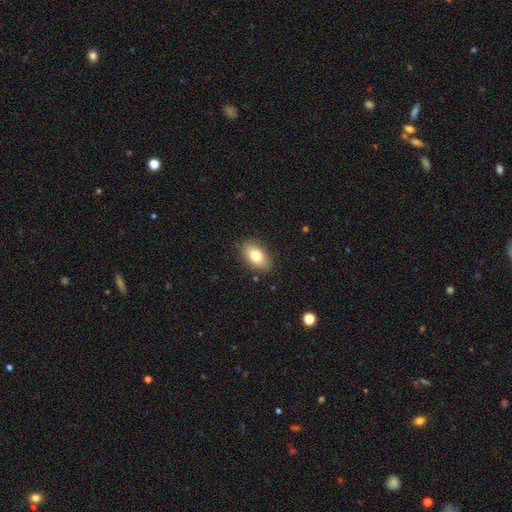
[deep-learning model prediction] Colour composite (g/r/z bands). It shows a smooth galaxy with no disk features (79%) that is in between round and cigar-shaped (89%). Merging: none (86%).